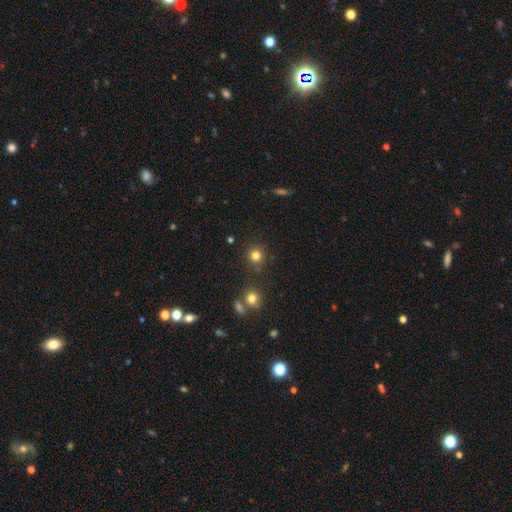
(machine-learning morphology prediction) A smooth galaxy with no disk features (79%) that is round (92%).

Vote fractions:
- Smooth or featured? smooth: 79% / star or artifact: 15% / featured or disk: 6%
- How rounded? round: 92% / in between: 7% / cigar-shaped: 1%
- Merging? none: 82% / minor disturbance: 8% / merger: 7% / major disturbance: 3%